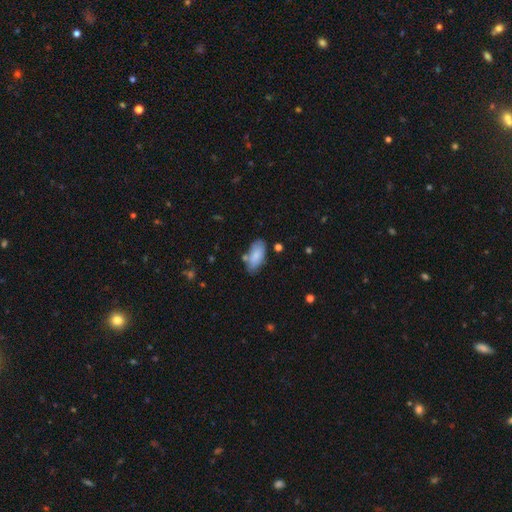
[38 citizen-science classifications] Smooth or featured? smooth (92%)
How rounded? in between (89%)
Merging? none (69%)